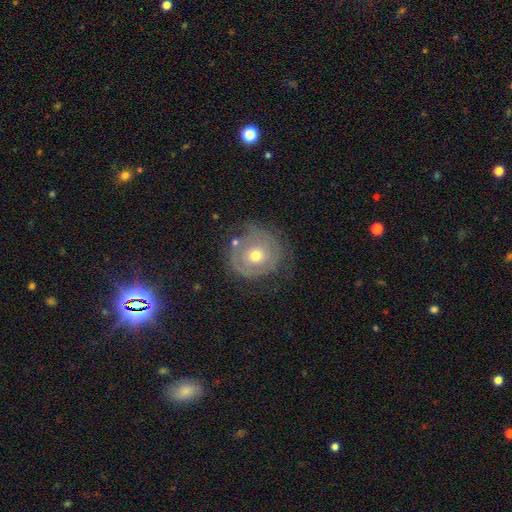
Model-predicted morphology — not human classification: type=featured or disk (55%); edge-on=no (96%); bar=no (88%); spiral arms=yes (55%); bulge=moderate (66%); merging=none (59%).